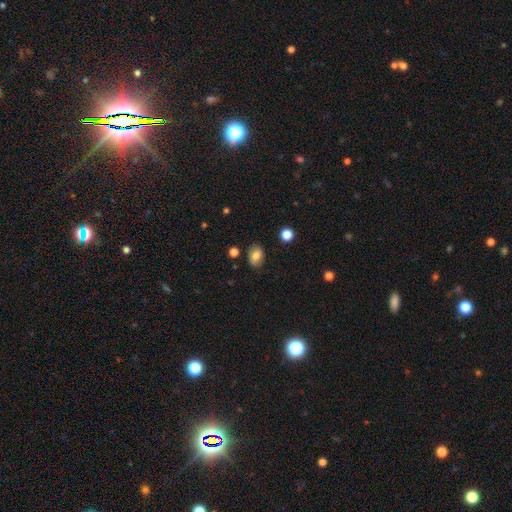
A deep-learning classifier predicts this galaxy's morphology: A smooth galaxy with no disk features (80%) that is in between round and cigar-shaped (74%).

Vote fractions:
- Smooth or featured? smooth: 80% / star or artifact: 10% / featured or disk: 10%
- How rounded? in between: 74% / round: 25% / cigar-shaped: 1%
- Merging? none: 82% / minor disturbance: 13% / major disturbance: 3% / merger: 2%